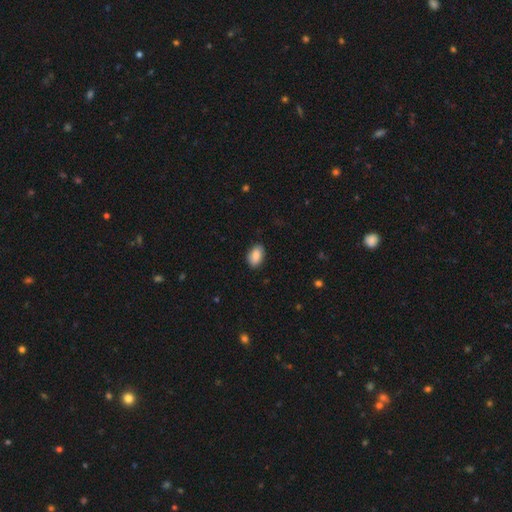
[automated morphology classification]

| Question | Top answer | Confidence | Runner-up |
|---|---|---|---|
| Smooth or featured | smooth | 86% | featured or disk (7%) |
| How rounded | in between | 92% | round (7%) |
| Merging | none | 86% | minor disturbance (11%) |